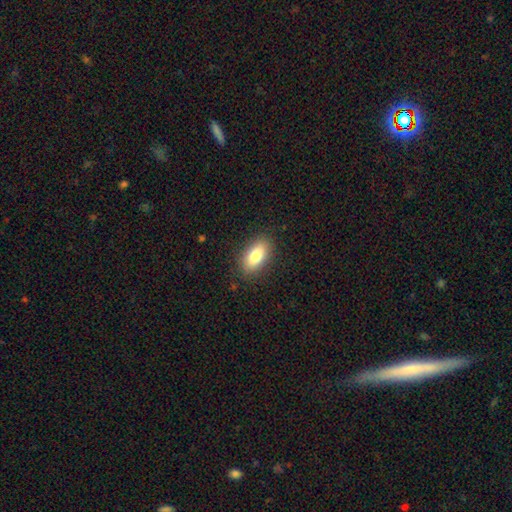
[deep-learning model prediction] smooth_or_featured: smooth (p=0.82) [alt: featured or disk p=0.11]
how_rounded: in between (p=0.89) [alt: cigar-shaped p=0.07]
merging: none (p=0.87) [alt: minor disturbance p=0.09]